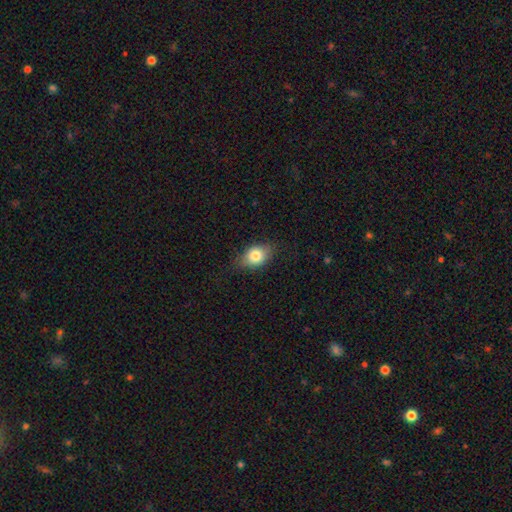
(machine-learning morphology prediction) This is likely a smooth galaxy (79%). How rounded: likely in between (70%). Merging: likely none (73%).